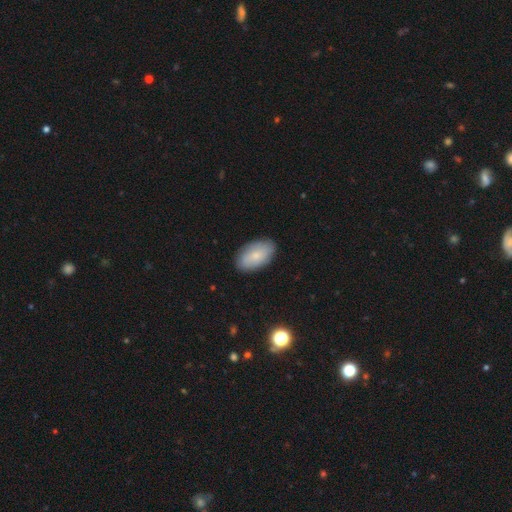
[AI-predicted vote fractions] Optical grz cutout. It shows a smooth galaxy with no disk features (73%) that is in between round and cigar-shaped (94%). Merging: none (86%).